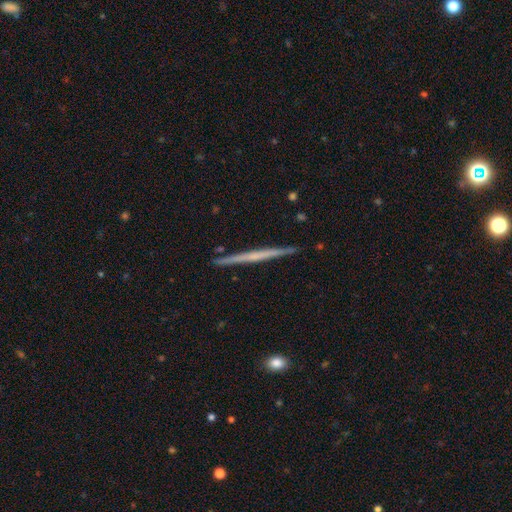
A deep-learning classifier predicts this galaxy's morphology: type=featured or disk (60%); edge-on=yes (98%); edge-on bulge=none (82%); merging=none (92%).